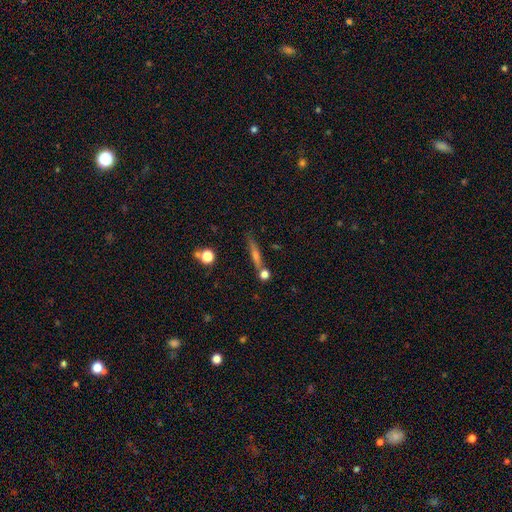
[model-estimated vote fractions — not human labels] Q: Smooth or featured?
A: smooth (44%); runner-up: featured or disk (43%)
Q: Merging?
A: none (73%); runner-up: minor disturbance (12%)